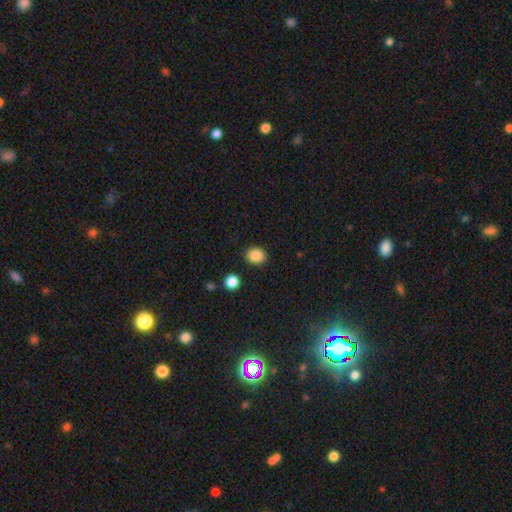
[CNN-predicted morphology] Smooth or featured: smooth — 87% (star or artifact — 9%)
How rounded: round — 66% (in between — 33%)
Merging: none — 89% (minor disturbance — 7%)